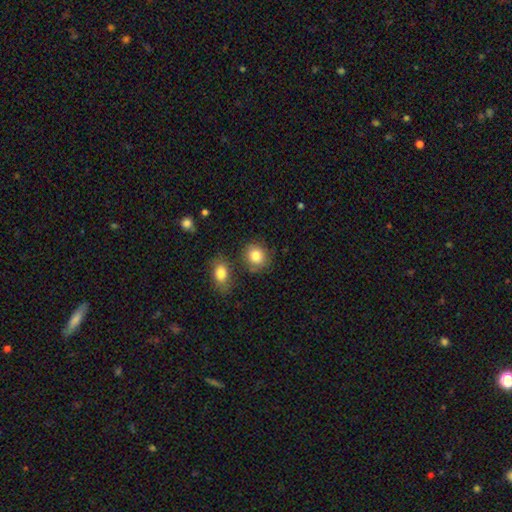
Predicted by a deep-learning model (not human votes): Morphology: type=smooth (83%); roundness=round (71%); merging=none (76%).